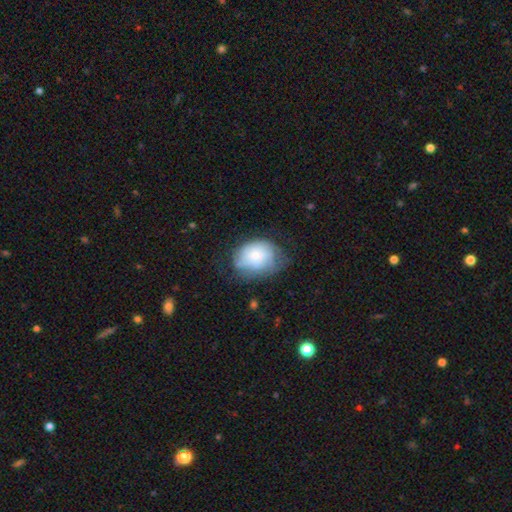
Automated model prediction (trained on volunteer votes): Smooth or featured: smooth — 58% (featured or disk — 34%)
How rounded: in between — 57% (round — 42%)
Merging: none — 48% (minor disturbance — 33%)